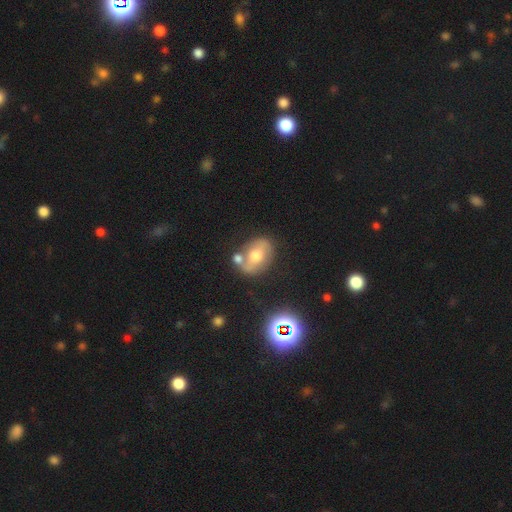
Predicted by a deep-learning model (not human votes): Smooth or featured? featured or disk (49%)
Merging? none (60%)